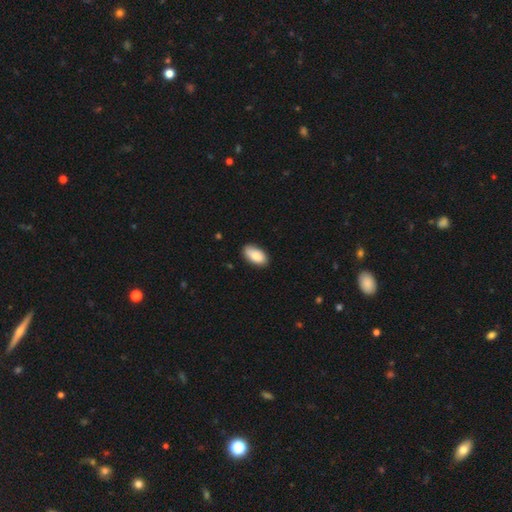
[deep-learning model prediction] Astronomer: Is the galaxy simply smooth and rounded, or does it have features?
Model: smooth — 88%.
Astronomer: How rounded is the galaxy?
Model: in between — 94%.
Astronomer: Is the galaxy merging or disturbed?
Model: none — 83%.